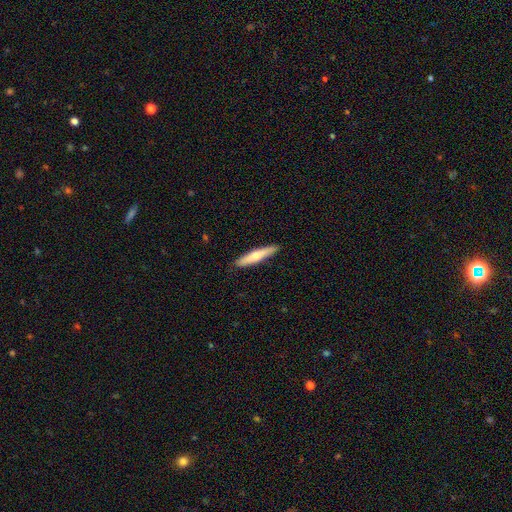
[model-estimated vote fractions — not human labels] smooth_or_featured: smooth (p=0.54) [alt: featured or disk p=0.41]
how_rounded: cigar-shaped (p=0.88) [alt: in between p=0.11]
merging: none (p=0.90) [alt: minor disturbance p=0.08]